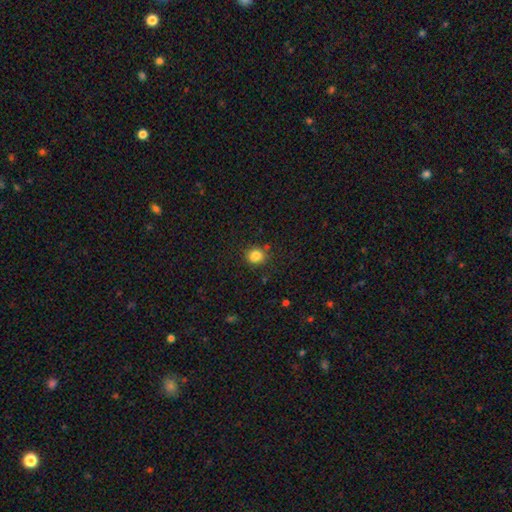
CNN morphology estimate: Overall: smooth (84%). How rounded: round (77%). Merging: none (83%).